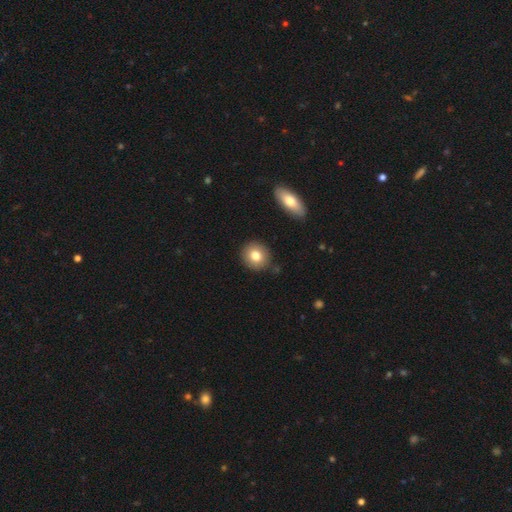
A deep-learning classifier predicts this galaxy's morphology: Smooth or featured? smooth (79%)
How rounded? round (84%)
Merging? none (87%)